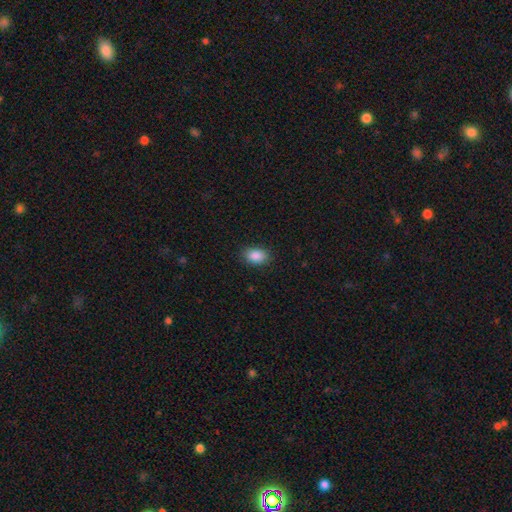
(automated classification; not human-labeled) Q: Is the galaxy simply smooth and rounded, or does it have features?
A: smooth — 88%.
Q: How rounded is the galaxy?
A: in between — 83%.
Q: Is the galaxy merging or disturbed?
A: none — 86%.